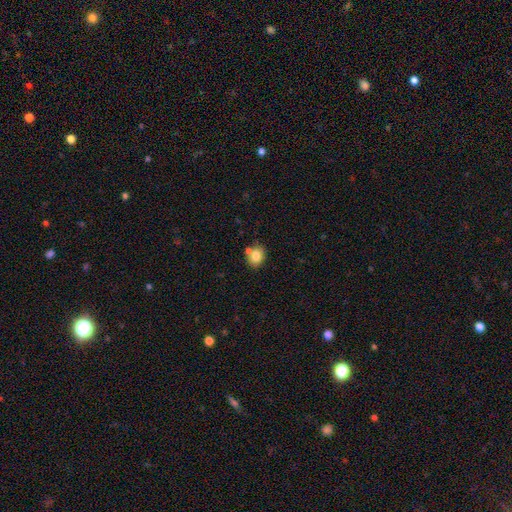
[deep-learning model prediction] Overall: smooth (80%). How rounded: round (55%; in between 44%). Merging: none (66%).